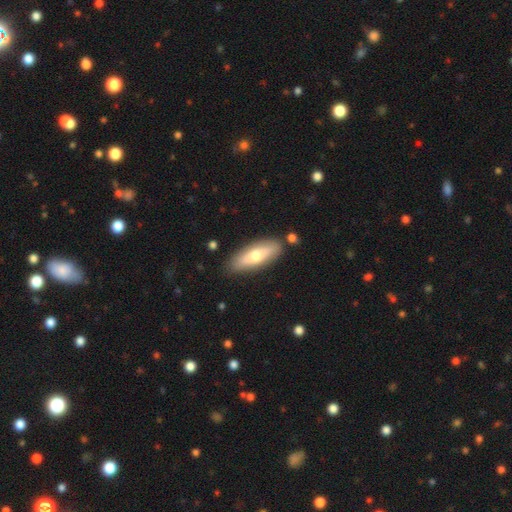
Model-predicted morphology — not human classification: Smooth or featured? Predicted: smooth (p=0.60). How rounded? Predicted: in between (p=0.60). Merging? Predicted: none (p=0.83).